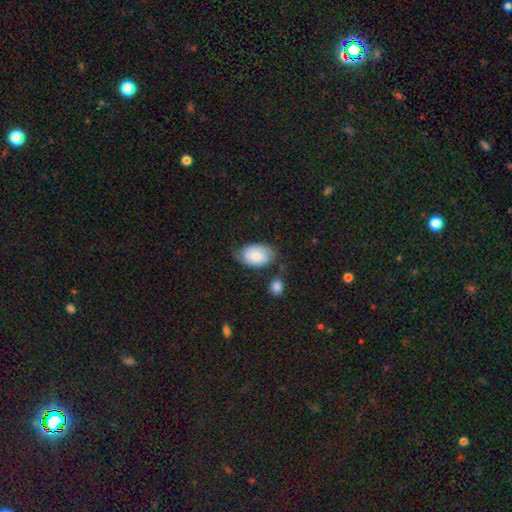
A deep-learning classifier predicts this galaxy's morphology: A smooth galaxy with no disk features (72%) that is in between round and cigar-shaped (87%).

Vote fractions:
- Smooth or featured? smooth: 72% / featured or disk: 21% / star or artifact: 7%
- How rounded? in between: 87% / round: 12% / cigar-shaped: 1%
- Merging? none: 56% / minor disturbance: 29% / major disturbance: 9% / merger: 7%